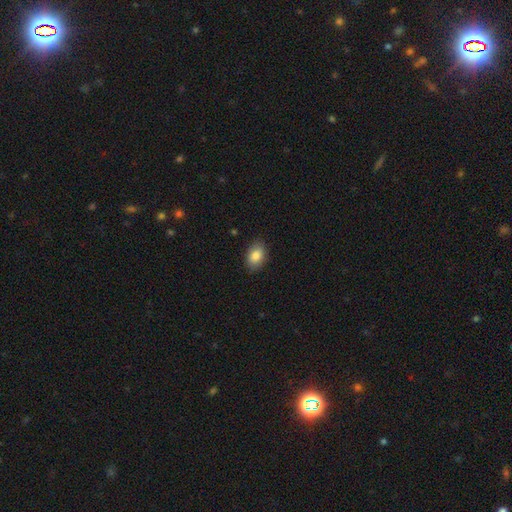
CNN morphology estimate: Q: Smooth or featured?
A: smooth (86%); runner-up: star or artifact (7%)
Q: How rounded?
A: in between (87%); runner-up: round (12%)
Q: Merging?
A: none (86%); runner-up: minor disturbance (11%)